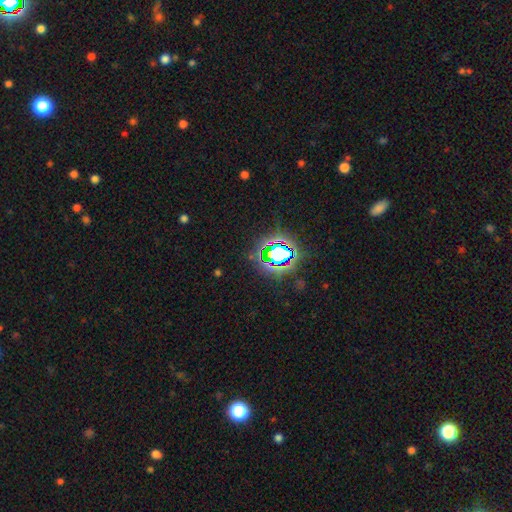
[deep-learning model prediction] Q: Smooth or featured?
A: star or artifact (78%); runner-up: smooth (14%)